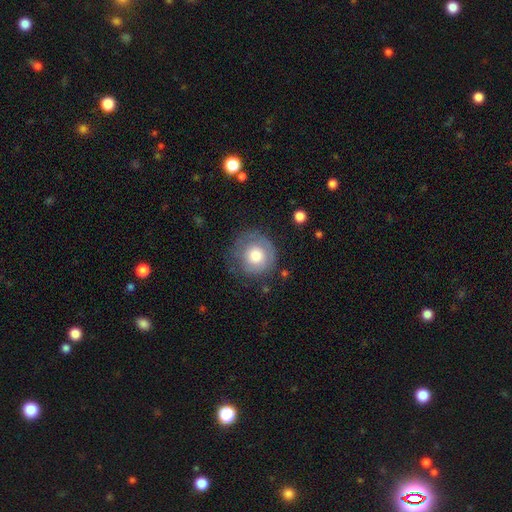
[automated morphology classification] Smooth or featured? smooth (66%)
How rounded? round (92%)
Merging? none (66%)